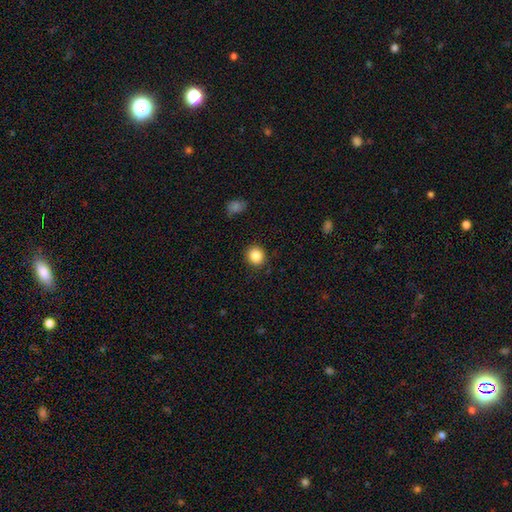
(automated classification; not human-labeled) Smooth or featured: smooth — 86% (star or artifact — 10%)
How rounded: round — 86% (in between — 13%)
Merging: none — 90% (minor disturbance — 7%)